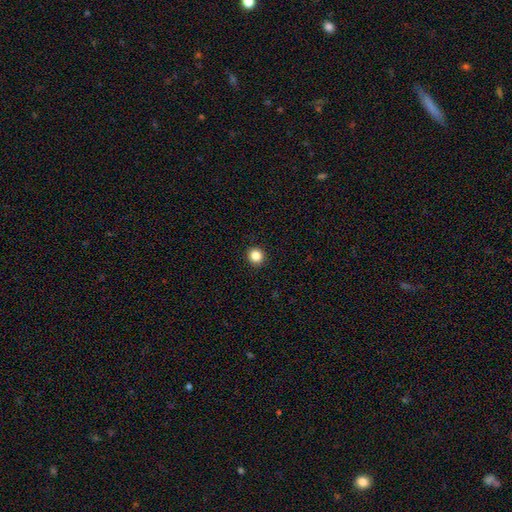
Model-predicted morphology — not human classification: A smooth galaxy with no disk features (86%) that is round (90%).

Vote fractions:
- Smooth or featured? smooth: 86% / star or artifact: 11% / featured or disk: 4%
- How rounded? round: 90% / in between: 9% / cigar-shaped: 1%
- Merging? none: 93% / minor disturbance: 5% / major disturbance: 2% / merger: 1%